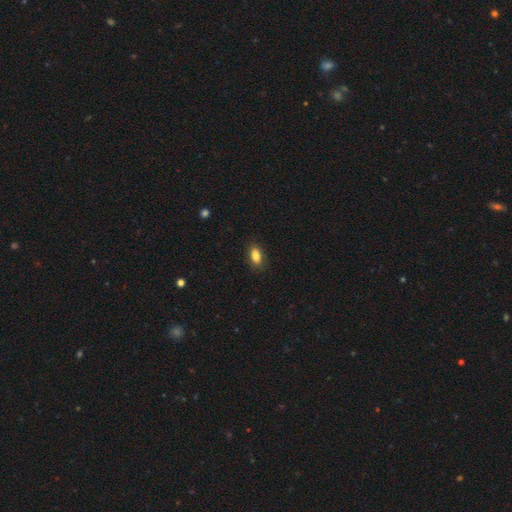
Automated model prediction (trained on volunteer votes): Smooth or featured: smooth — 83% (featured or disk — 9%)
How rounded: in between — 88% (round — 6%)
Merging: none — 87% (minor disturbance — 10%)